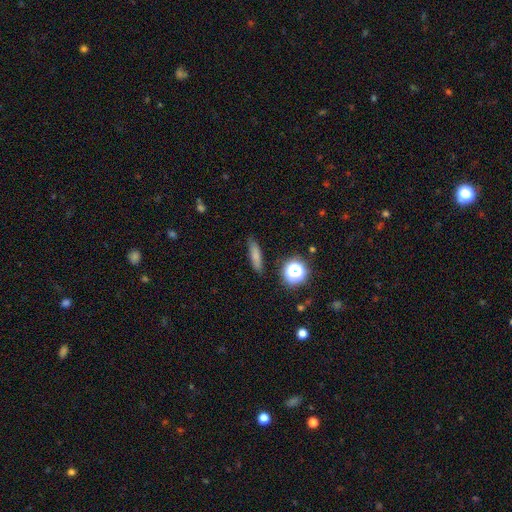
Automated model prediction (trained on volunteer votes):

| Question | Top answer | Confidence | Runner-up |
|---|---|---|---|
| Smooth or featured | smooth | 75% | star or artifact (13%) |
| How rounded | cigar-shaped | 69% | in between (22%) |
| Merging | none | 85% | minor disturbance (10%) |